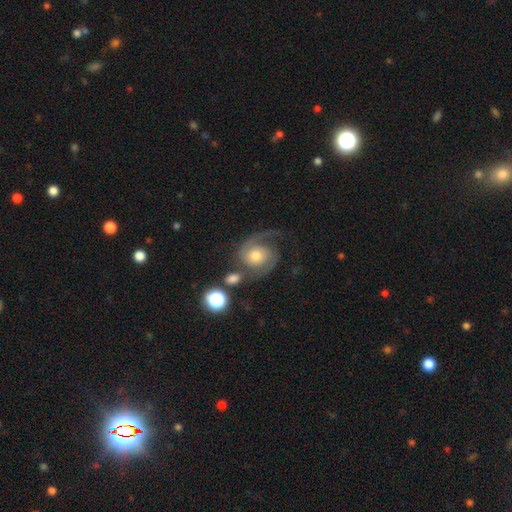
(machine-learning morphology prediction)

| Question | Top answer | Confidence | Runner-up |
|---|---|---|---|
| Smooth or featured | featured or disk | 83% | smooth (10%) |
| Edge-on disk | no | 98% | yes (2%) |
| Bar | no | 72% | weak (23%) |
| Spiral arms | yes | 97% | no (3%) |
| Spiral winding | medium | 50% | tight (31%) |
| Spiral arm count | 2 | 86% | 1 (7%) |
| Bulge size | moderate | 66% | small (18%) |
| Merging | none | 62% | minor disturbance (16%) |